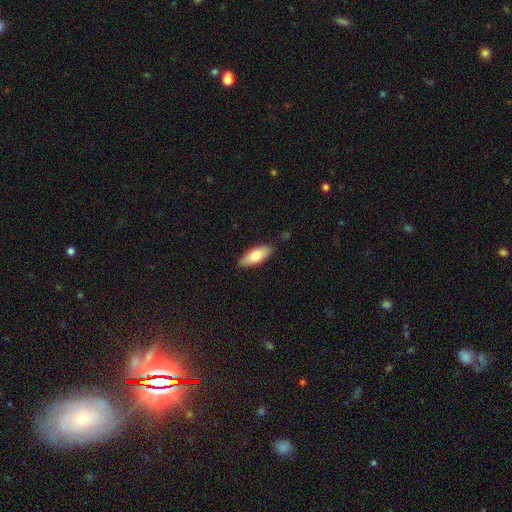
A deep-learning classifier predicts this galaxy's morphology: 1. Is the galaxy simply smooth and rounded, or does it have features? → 77% smooth, 18% featured or disk, 6% star or artifact.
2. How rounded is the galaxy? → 76% in between, 22% cigar-shaped, 2% round.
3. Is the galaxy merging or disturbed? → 86% none, 11% minor disturbance, 2% major disturbance, 1% merger.